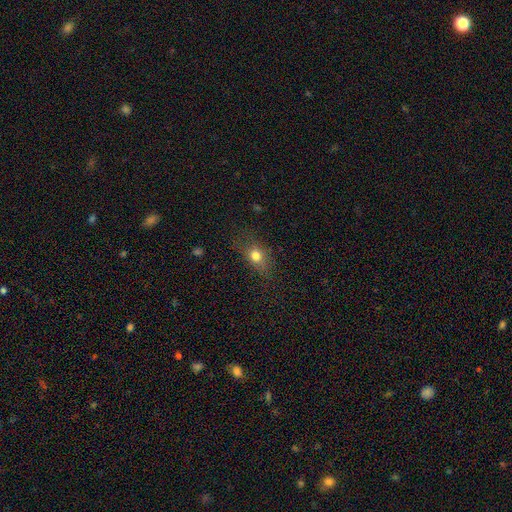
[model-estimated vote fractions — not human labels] smooth_or_featured: smooth (p=0.72) [alt: star or artifact p=0.14]
how_rounded: in between (p=0.54) [alt: round p=0.40]
merging: none (p=0.71) [alt: minor disturbance p=0.19]